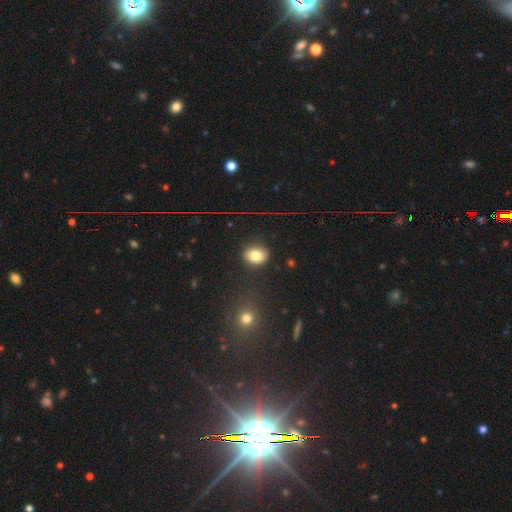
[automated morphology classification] type=smooth (79%); roundness=round (54%); merging=none (85%).